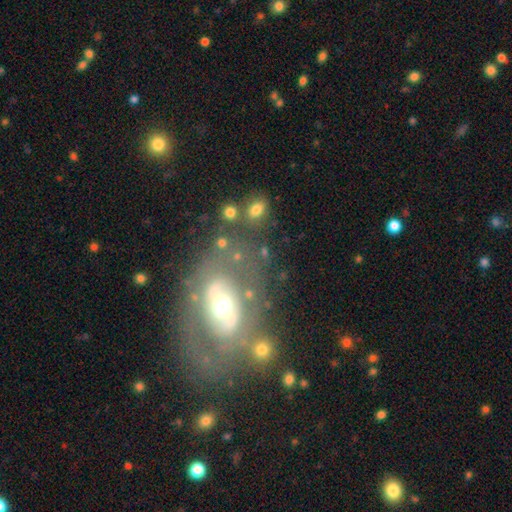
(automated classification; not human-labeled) Q: Smooth or featured?
A: featured or disk (60%); runner-up: smooth (30%)
Q: Edge-on disk?
A: no (93%); runner-up: yes (7%)
Q: Bar?
A: no (73%); runner-up: weak (18%)
Q: Spiral arms?
A: no (70%); runner-up: yes (30%)
Q: Bulge size?
A: moderate (67%); runner-up: small (17%)
Q: Merging?
A: none (65%); runner-up: minor disturbance (16%)